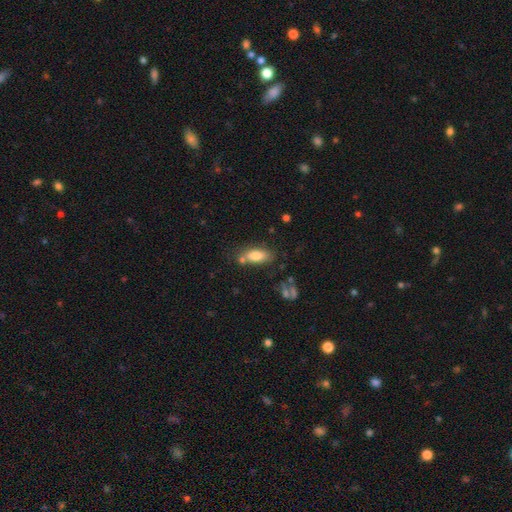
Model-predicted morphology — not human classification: This appears to be a smooth galaxy with no disk features (78%) that is in between round and cigar-shaped (80%). Merging: none (65%).